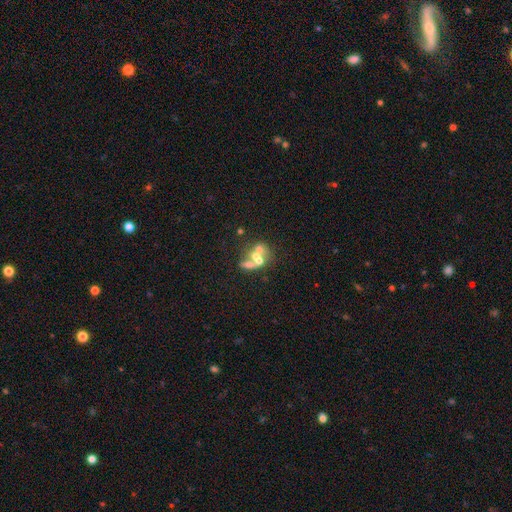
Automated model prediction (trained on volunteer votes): smooth_or_featured: featured or disk (p=0.43) [alt: smooth p=0.40]
merging: merger (p=0.60) [alt: none p=0.23]